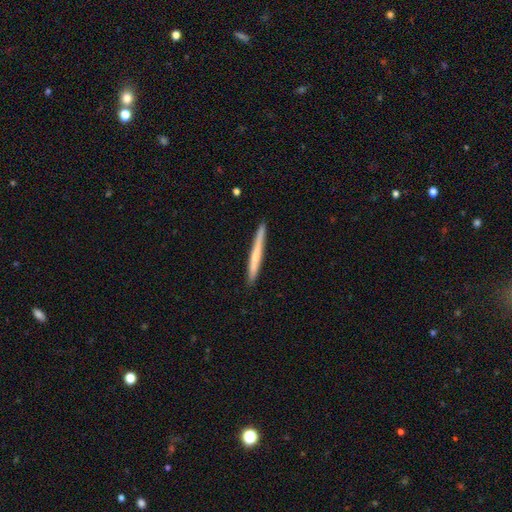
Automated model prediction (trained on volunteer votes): A smooth galaxy with no disk features (59%) that is cigar-shaped (97%).

Vote fractions:
- Smooth or featured? smooth: 59% / featured or disk: 35% / star or artifact: 6%
- How rounded? cigar-shaped: 97% / in between: 2% / round: 1%
- Merging? none: 91% / minor disturbance: 7% / major disturbance: 1% / merger: 1%